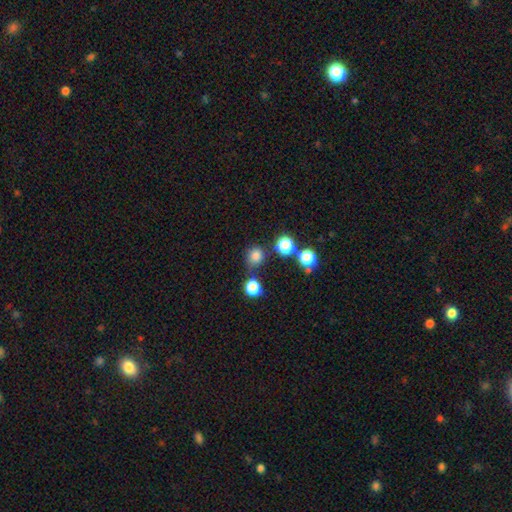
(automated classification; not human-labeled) This appears to be a smooth galaxy with no disk features (79%) that is round (88%). Merging: none (71%).